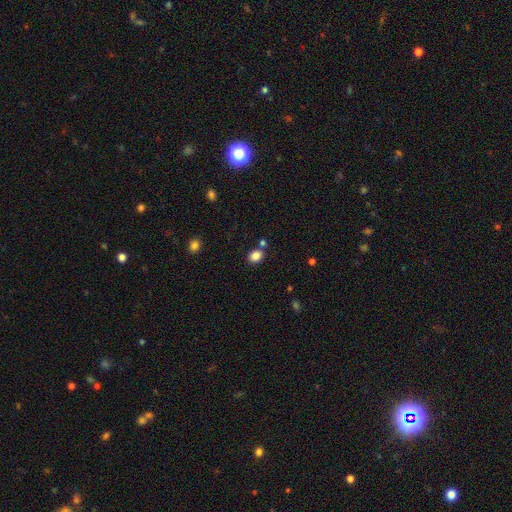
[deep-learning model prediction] Q: Smooth or featured?
A: smooth (85%); runner-up: star or artifact (10%)
Q: How rounded?
A: in between (55%); runner-up: round (44%)
Q: Merging?
A: none (74%); runner-up: merger (12%)